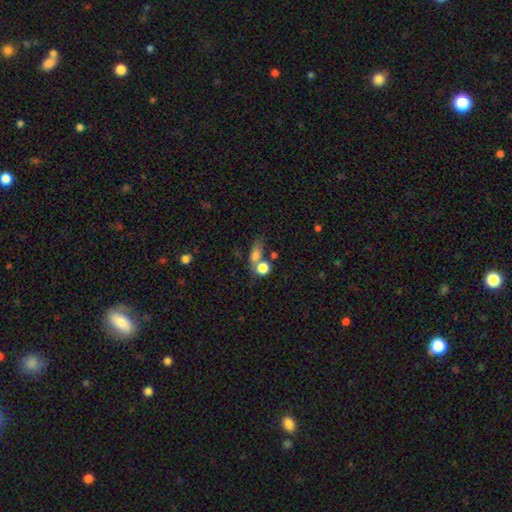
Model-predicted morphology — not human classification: This is likely a smooth galaxy (74%). How rounded: possibly in between (55%). Merging: marginally none (39%, tied with merger).